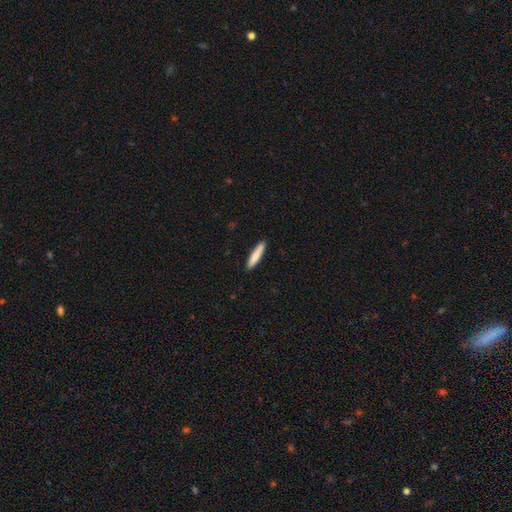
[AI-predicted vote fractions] Smooth or featured? smooth (82%)
How rounded? cigar-shaped (89%)
Merging? none (90%)